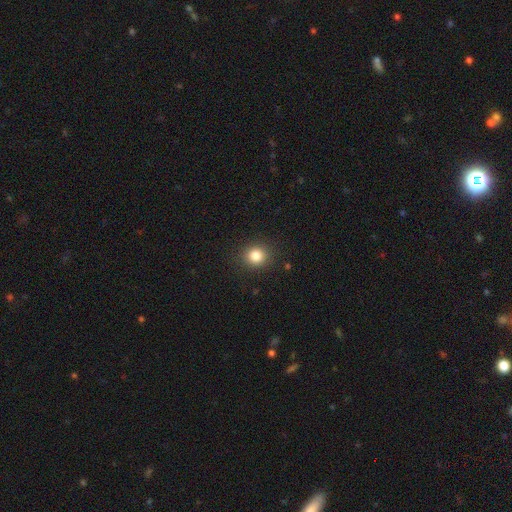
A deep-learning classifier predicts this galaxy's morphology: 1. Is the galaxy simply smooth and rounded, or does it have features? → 83% smooth, 11% star or artifact, 5% featured or disk.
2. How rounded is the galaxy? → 84% round, 16% in between, 1% cigar-shaped.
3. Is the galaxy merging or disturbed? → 89% none, 7% minor disturbance, 2% major disturbance, 1% merger.